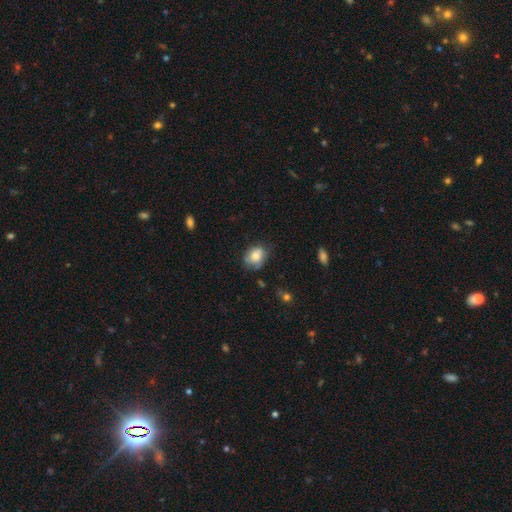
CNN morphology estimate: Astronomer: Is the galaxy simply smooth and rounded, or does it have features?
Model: smooth — 69%.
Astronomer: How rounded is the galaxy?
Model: in between — 62% (runner-up: round, 37%).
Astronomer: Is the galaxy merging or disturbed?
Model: none — 53% (runner-up: minor disturbance, 32%).